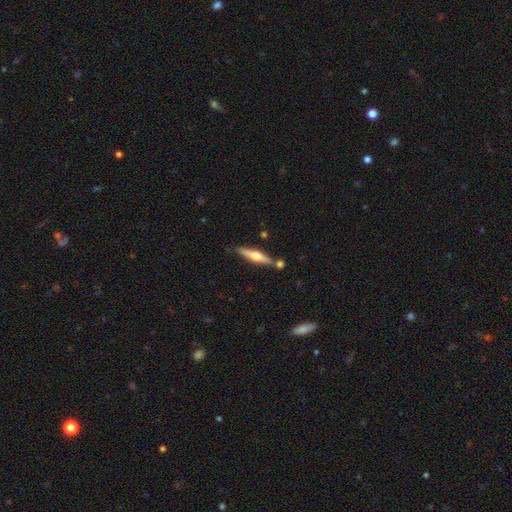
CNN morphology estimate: Overall: featured or disk (58%; smooth 36%). Edge-on disk: yes (96%). Edge-on bulge: rounded (90%). Merging: none (76%).